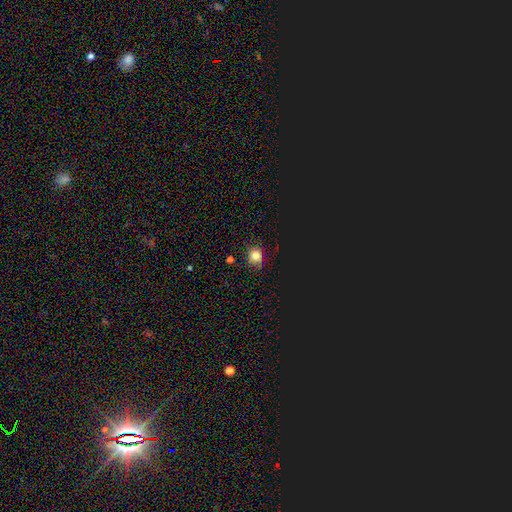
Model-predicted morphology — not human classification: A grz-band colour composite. It shows a smooth galaxy with no disk features (72%) that is round (85%). Merging: none (84%).